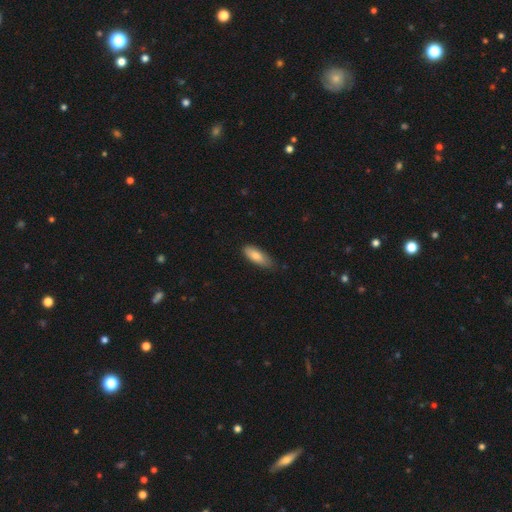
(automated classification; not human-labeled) A smooth galaxy with no disk features (80%) that is in between round and cigar-shaped (73%). Merging: none (70%).